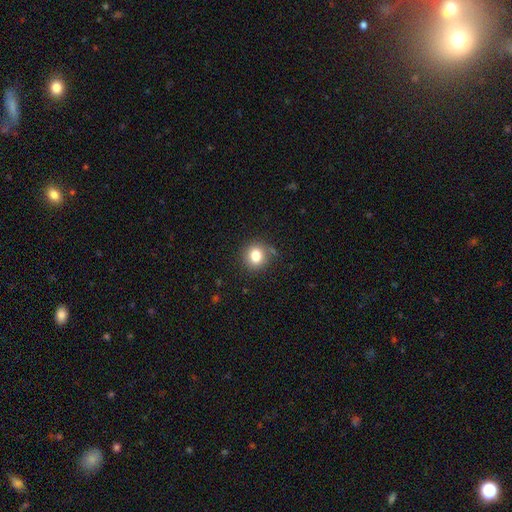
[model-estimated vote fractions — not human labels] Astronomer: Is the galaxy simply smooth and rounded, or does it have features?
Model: smooth — 80%.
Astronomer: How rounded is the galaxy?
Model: round — 81%.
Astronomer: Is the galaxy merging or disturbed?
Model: none — 81%.